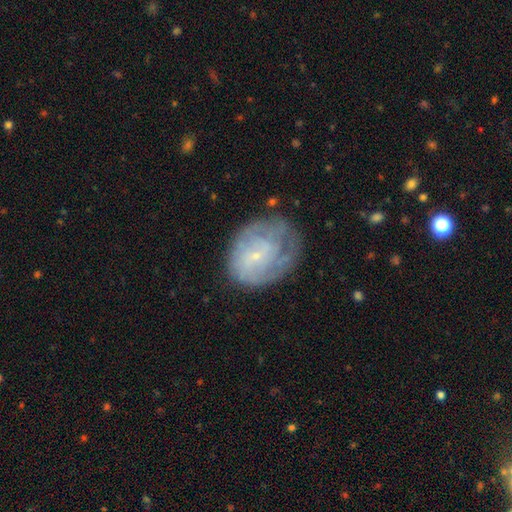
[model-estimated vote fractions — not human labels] Smooth or featured?
  - featured or disk: 61% *
  - smooth: 31%
  - star or artifact: 9%
Edge-on disk?
  - no: 97% *
  - yes: 3%
Bar?
  - no: 64% *
  - weak: 31%
  - strong: 5%
Spiral arms?
  - yes: 71% *
  - no: 29%
Bulge size?
  - small: 80% *
  - moderate: 11%
  - none: 7%
  - large: 1%
  - dominant: 1%
Merging?
  - none: 51% *
  - minor disturbance: 28%
  - major disturbance: 20%
  - merger: 2%